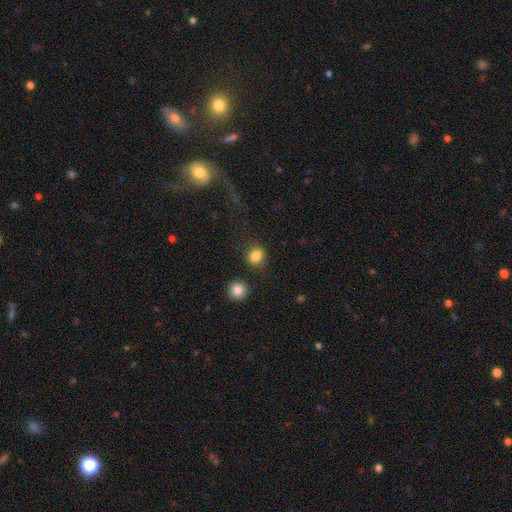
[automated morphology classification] Smooth or featured: smooth — 84% (star or artifact — 11%)
How rounded: round — 77% (in between — 22%)
Merging: none — 83% (minor disturbance — 9%)